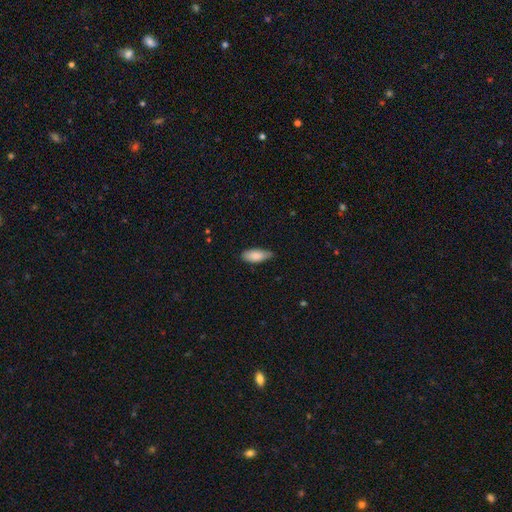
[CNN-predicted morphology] A smooth galaxy with no disk features (85%) that is in between round and cigar-shaped (83%).

Vote fractions:
- Smooth or featured? smooth: 85% / featured or disk: 9% / star or artifact: 6%
- How rounded? in between: 83% / cigar-shaped: 15% / round: 2%
- Merging? none: 72% / minor disturbance: 24% / major disturbance: 3% / merger: 1%